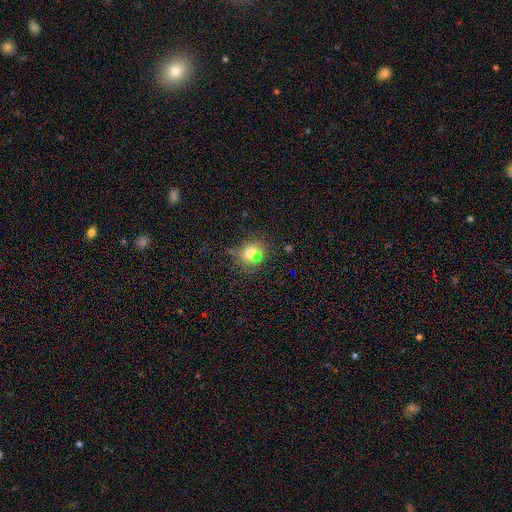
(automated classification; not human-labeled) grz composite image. It shows a smooth galaxy with no disk features (73%) that is round (63%). Merging: none (68%).